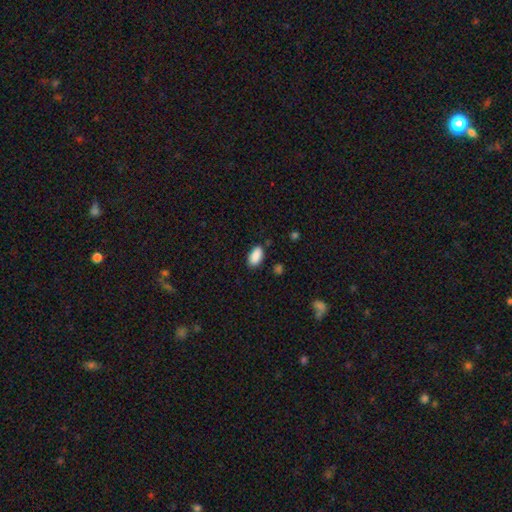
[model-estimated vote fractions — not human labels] smooth 89%, star or artifact 7%, featured or disk 4%. Down the decision tree: how rounded — in between (93%); merging — none (83%).